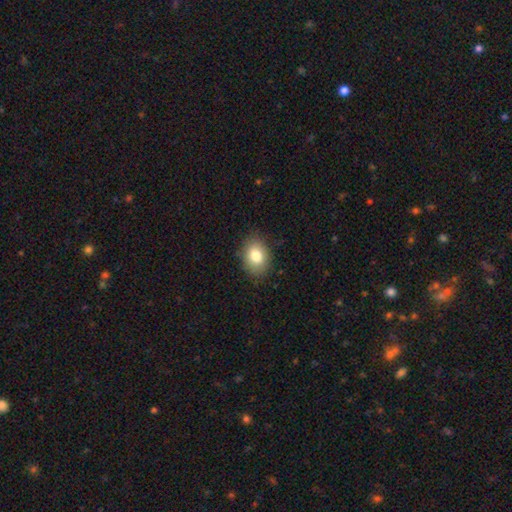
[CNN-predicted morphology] This is clearly a smooth galaxy (82%). How rounded: likely in between (74%). Merging: clearly none (84%).